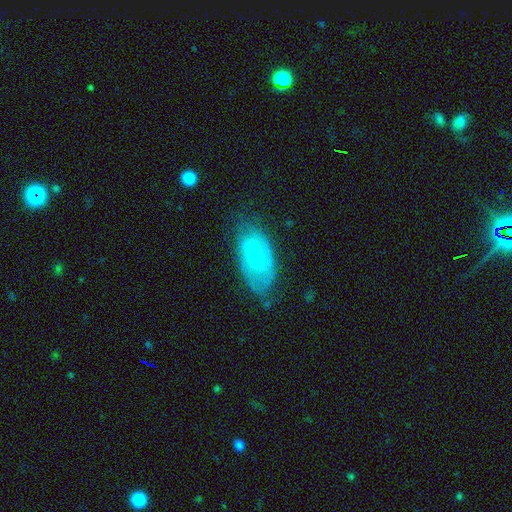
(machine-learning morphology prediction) Smooth or featured: featured or disk — 56% (smooth — 37%)
Edge-on disk: no — 91% (yes — 9%)
Bar: no — 76% (weak — 20%)
Spiral arms: yes — 55% (no — 45%)
Bulge size: small — 65% (moderate — 31%)
Merging: none — 56% (minor disturbance — 31%)